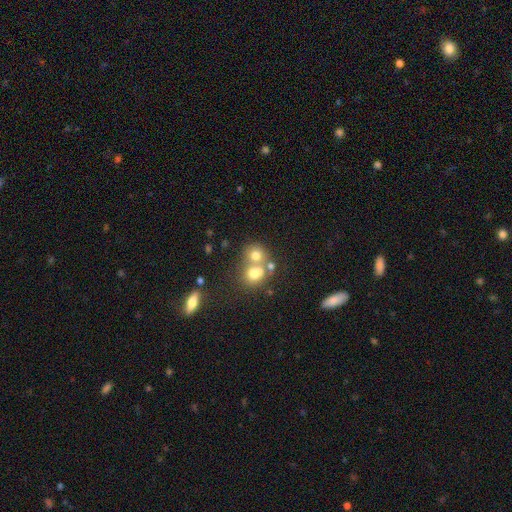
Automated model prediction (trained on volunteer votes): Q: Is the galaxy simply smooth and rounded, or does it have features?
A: smooth — 66%.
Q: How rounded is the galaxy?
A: round — 76%.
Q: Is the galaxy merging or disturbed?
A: merger — 52%.